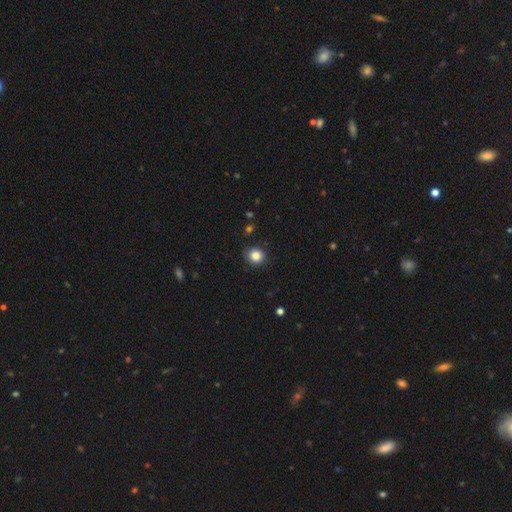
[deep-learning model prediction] This is clearly a smooth galaxy (84%). How rounded: clearly round (84%). Merging: clearly none (88%).